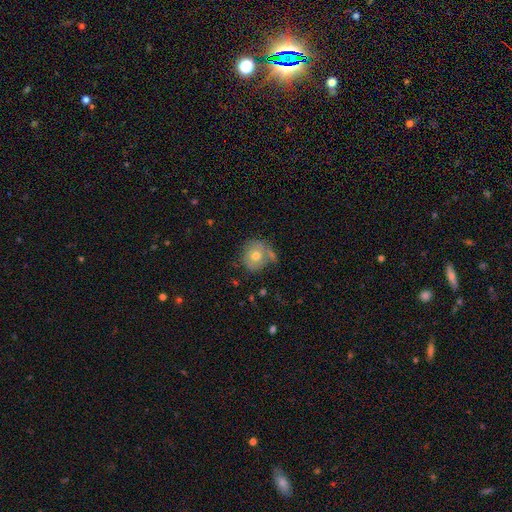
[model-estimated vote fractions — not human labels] Smooth or featured? Predicted: smooth (p=0.68). How rounded? Predicted: round (p=0.88). Merging? Predicted: none (p=0.61).